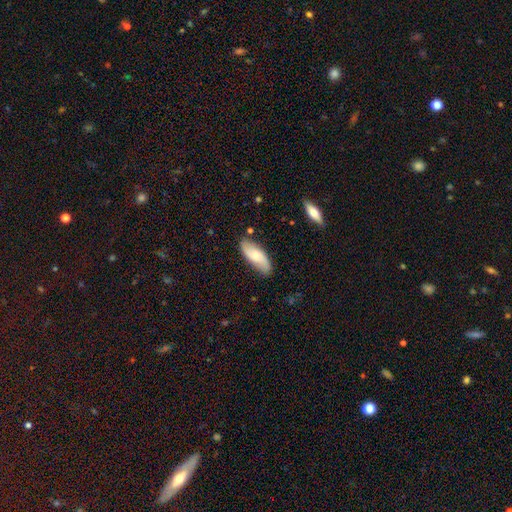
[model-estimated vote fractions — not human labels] Q: Smooth or featured?
A: smooth (59%); runner-up: featured or disk (35%)
Q: How rounded?
A: in between (73%); runner-up: cigar-shaped (24%)
Q: Merging?
A: none (79%); runner-up: minor disturbance (16%)